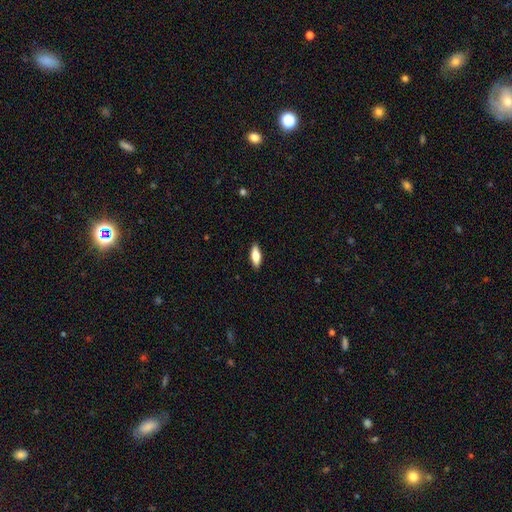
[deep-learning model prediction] Smooth or featured? Predicted: smooth (p=0.69). How rounded? Predicted: in between (p=0.68). Merging? Predicted: none (p=0.89).